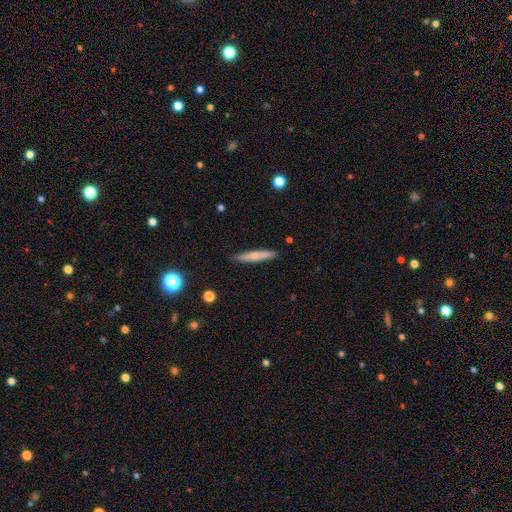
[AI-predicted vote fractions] smooth-or-featured: smooth: 66% | featured or disk: 28% | star or artifact: 6%
  how-rounded: cigar-shaped: 94% | in between: 4% | round: 1%
  merging: none: 88% | minor disturbance: 9% | major disturbance: 2% | merger: 1%